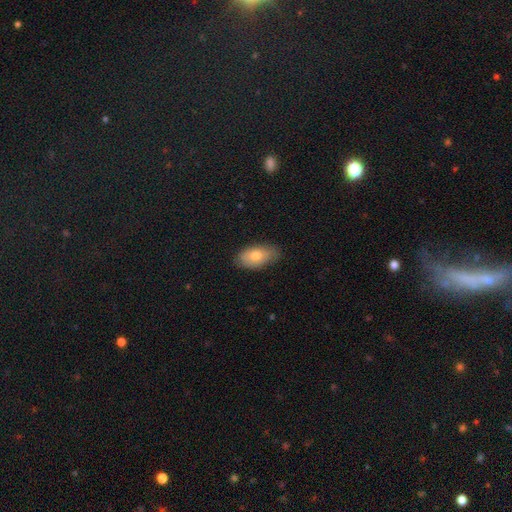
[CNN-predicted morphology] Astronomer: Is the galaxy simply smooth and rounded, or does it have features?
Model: smooth — 76%.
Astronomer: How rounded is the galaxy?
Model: in between — 93%.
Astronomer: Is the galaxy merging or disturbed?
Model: none — 81%.